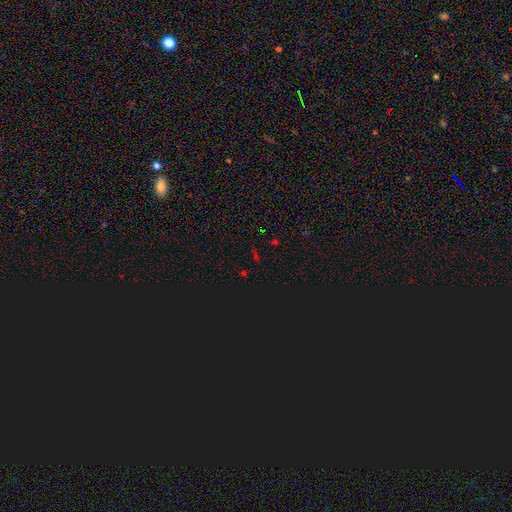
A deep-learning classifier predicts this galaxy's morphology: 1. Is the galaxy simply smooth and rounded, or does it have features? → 69% star or artifact, 21% smooth, 10% featured or disk.